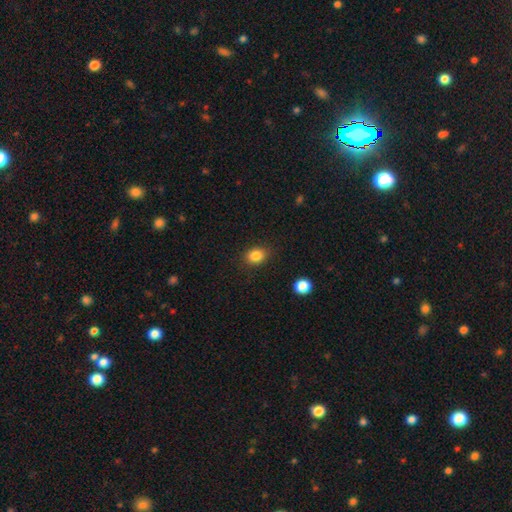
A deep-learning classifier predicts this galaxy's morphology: This appears to be a smooth galaxy with no disk features (84%) that is in between round and cigar-shaped (56%). Merging: none (85%).